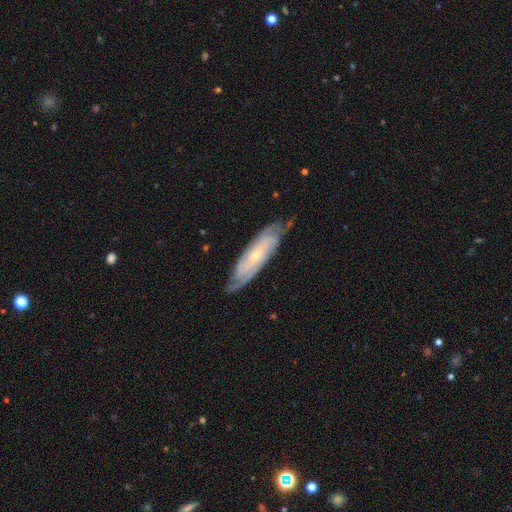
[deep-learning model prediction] The model was most divided on "spiral arm count": can't tell: 41%, 2: 31%, 3: 12%, 4: 8%, more than 4: 4%, 1: 4%. More confident: spiral arms — yes (93%); edge-on disk — no (79%); smooth or featured — featured or disk (78%); merging — none (77%); bulge size — small (74%); bar — no (68%); spiral winding — tight (67%).